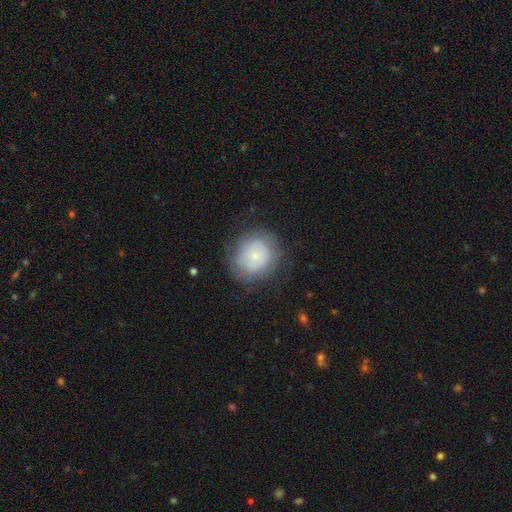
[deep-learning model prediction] A smooth galaxy with no disk features (62%) that is round (86%).

Vote fractions:
- Smooth or featured? smooth: 62% / featured or disk: 30% / star or artifact: 8%
- How rounded? round: 86% / in between: 13% / cigar-shaped: 1%
- Merging? none: 76% / minor disturbance: 16% / major disturbance: 8% / merger: 1%